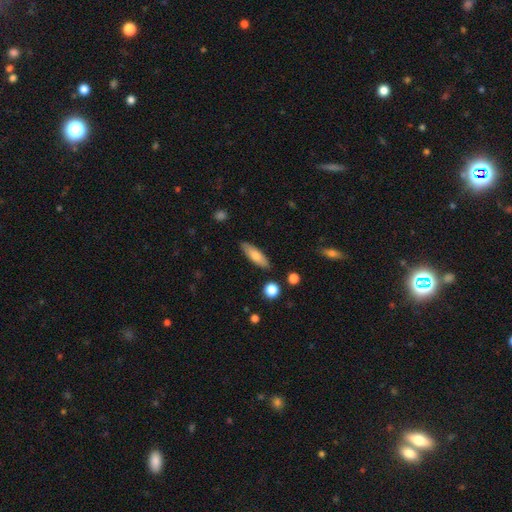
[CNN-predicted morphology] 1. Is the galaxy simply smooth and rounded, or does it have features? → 74% smooth, 19% featured or disk, 6% star or artifact.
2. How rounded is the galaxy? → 52% cigar-shaped, 46% in between, 2% round.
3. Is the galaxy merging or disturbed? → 86% none, 9% minor disturbance, 2% merger, 2% major disturbance.